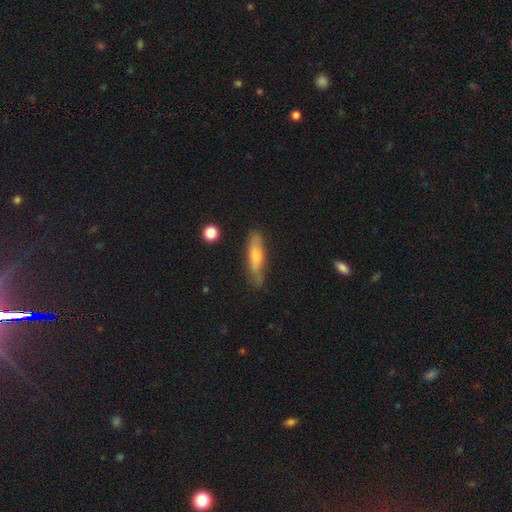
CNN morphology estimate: A smooth galaxy with no disk features (58%) that is cigar-shaped (75%). Merging: none (74%).